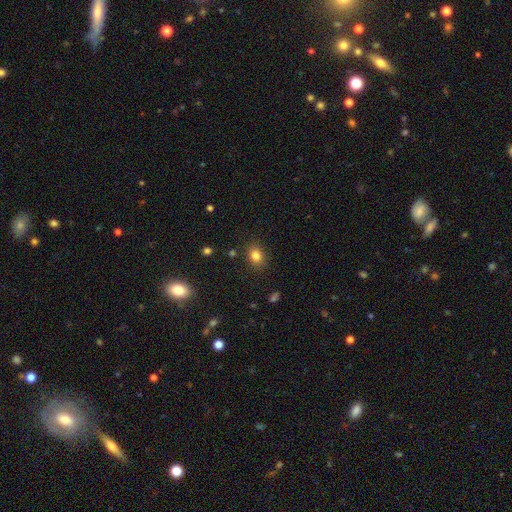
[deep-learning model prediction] This is clearly a smooth galaxy (82%). How rounded: possibly in between (53%). Merging: clearly none (86%).